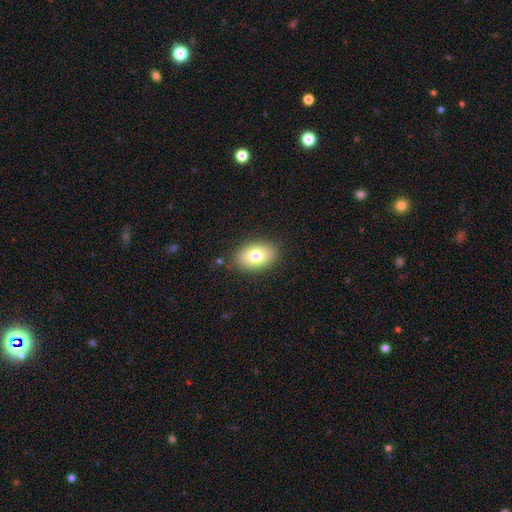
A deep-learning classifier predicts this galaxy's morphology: type=smooth (76%); roundness=in between (87%); merging=none (85%).